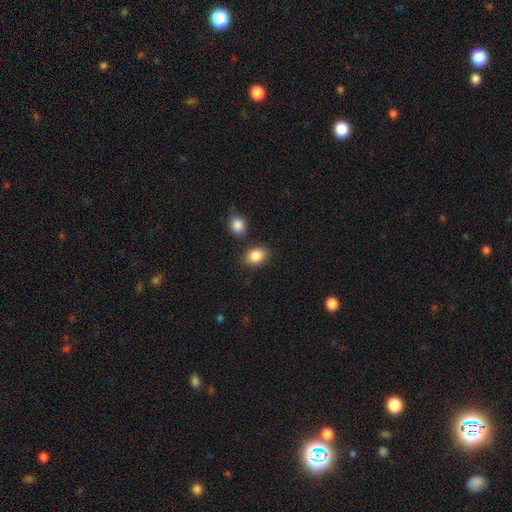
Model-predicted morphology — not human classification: smooth-or-featured: smooth: 86% | star or artifact: 8% | featured or disk: 5%
  how-rounded: in between: 70% | round: 29% | cigar-shaped: 1%
  merging: none: 80% | minor disturbance: 10% | merger: 7% | major disturbance: 3%